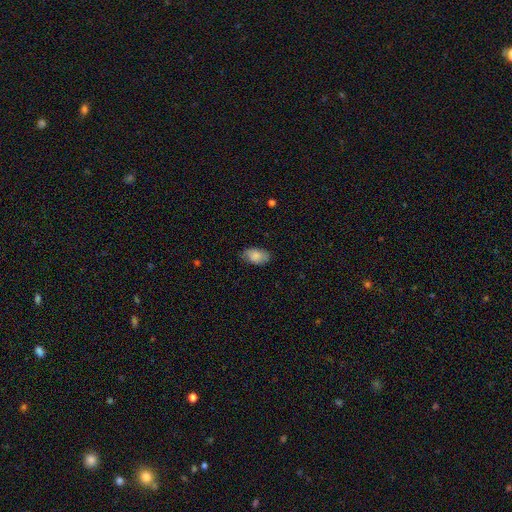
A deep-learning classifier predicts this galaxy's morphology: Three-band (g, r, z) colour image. It shows a smooth galaxy with no disk features (84%) that is in between round and cigar-shaped (92%). Merging: none (78%).